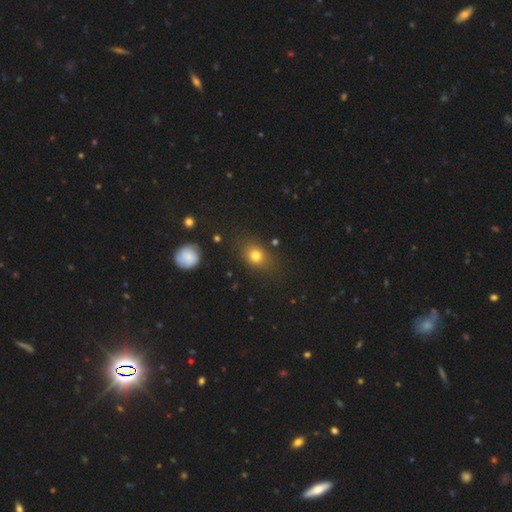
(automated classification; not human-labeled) smooth-or-featured: smooth: 75% | star or artifact: 14% | featured or disk: 10%
  how-rounded: in between: 50% | round: 48% | cigar-shaped: 2%
  merging: none: 79% | minor disturbance: 14% | major disturbance: 5% | merger: 3%